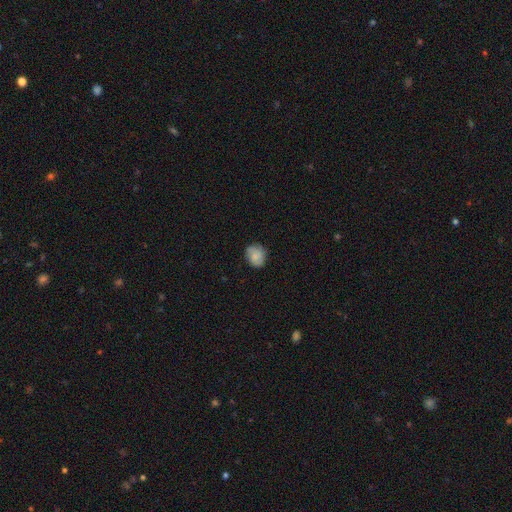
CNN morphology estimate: type=smooth (74%); roundness=round (65%); merging=none (74%).